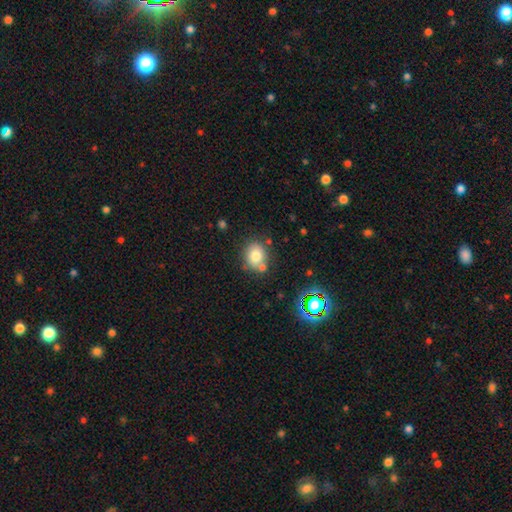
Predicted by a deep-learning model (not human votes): The model was most divided on "how rounded": round: 62%, in between: 37%, cigar-shaped: 1%. More confident: smooth or featured — smooth (77%); merging — none (69%).